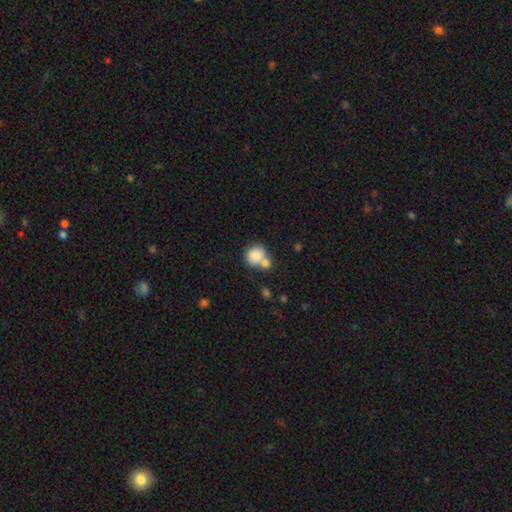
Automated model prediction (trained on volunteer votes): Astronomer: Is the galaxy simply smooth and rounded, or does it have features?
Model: smooth — 82%.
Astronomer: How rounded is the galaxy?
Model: round — 78%.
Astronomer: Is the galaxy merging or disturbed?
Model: merger — 44% (runner-up: none, 40%).